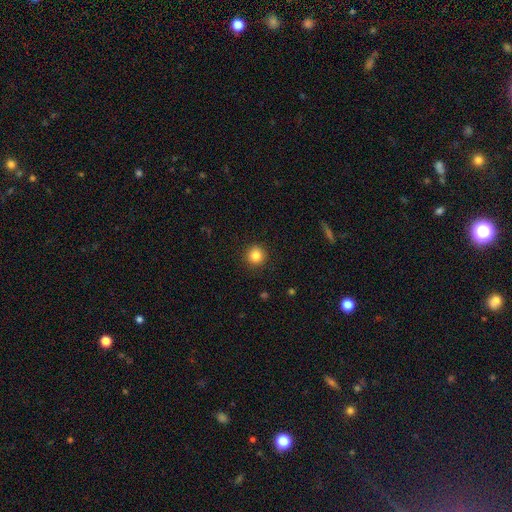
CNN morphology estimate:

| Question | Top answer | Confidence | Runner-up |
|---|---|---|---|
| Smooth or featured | smooth | 85% | star or artifact (11%) |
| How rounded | round | 94% | in between (5%) |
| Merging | none | 91% | minor disturbance (6%) |